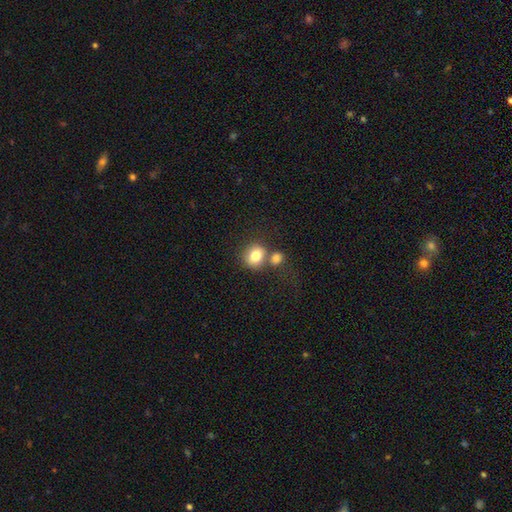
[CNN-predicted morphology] Overall: smooth (80%). How rounded: round (73%). Merging: none (53%; merger 32%).